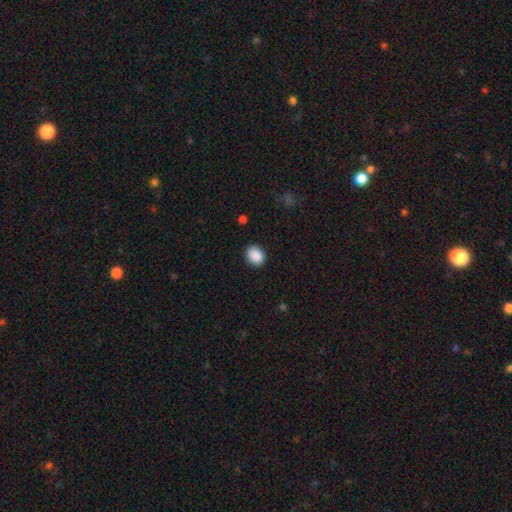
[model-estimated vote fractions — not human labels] Smooth or featured: smooth — 89% (star or artifact — 8%)
How rounded: in between — 57% (round — 43%)
Merging: none — 86% (minor disturbance — 10%)